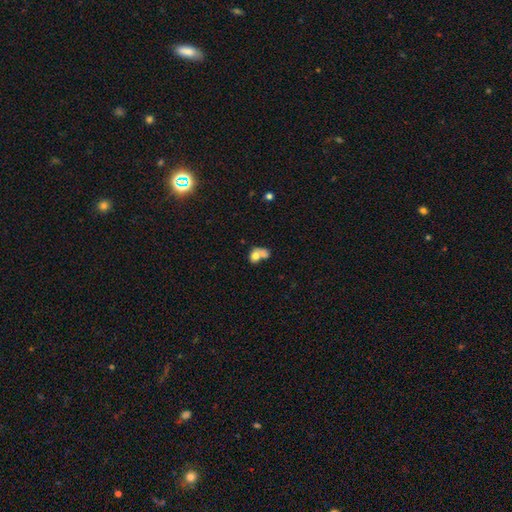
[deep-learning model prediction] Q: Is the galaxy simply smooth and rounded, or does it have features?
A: smooth — 69%.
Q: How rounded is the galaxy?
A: in between — 56%.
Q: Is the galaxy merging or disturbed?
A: merger — 58%.